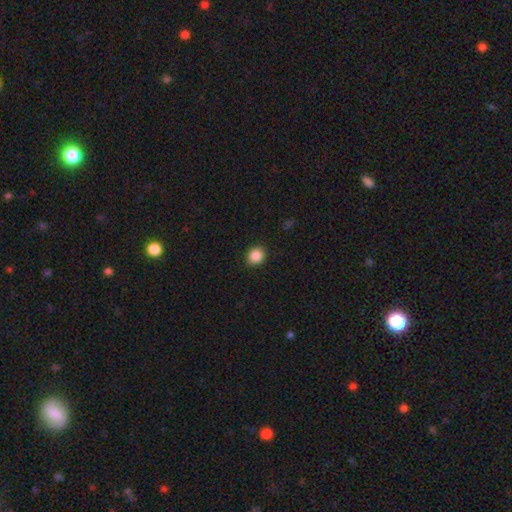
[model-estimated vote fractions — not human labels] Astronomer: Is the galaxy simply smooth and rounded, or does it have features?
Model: smooth — 87%.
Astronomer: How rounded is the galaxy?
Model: round — 74%.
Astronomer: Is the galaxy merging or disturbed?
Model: none — 91%.